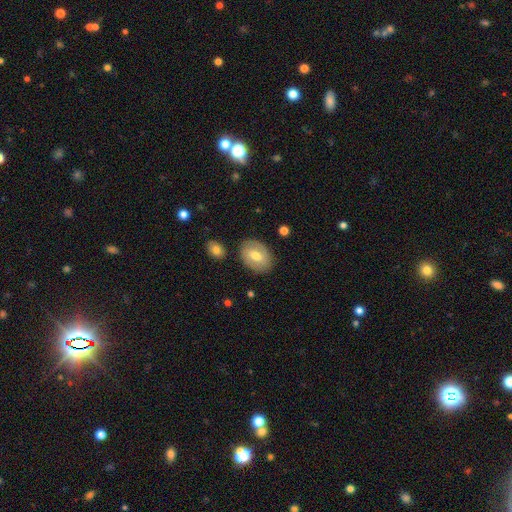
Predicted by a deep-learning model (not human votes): smooth 58%, featured or disk 35%, star or artifact 7%. Down the decision tree: how rounded — in between (75%); merging — none (83%).